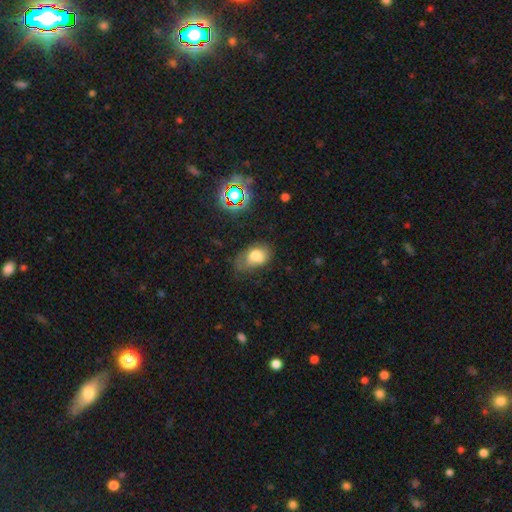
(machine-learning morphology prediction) Overall: smooth (66%). How rounded: in between (81%). Merging: none (36%; minor disturbance 35%).